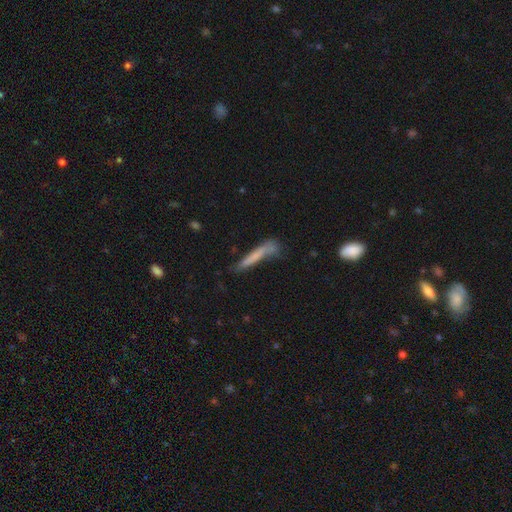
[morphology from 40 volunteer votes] smooth-or-featured: smooth: 82% | featured or disk: 12% | star or artifact: 5%
  how-rounded: cigar-shaped: 94% | round: 6% | in between: 0%
  merging: none: 47% | minor disturbance: 34% | merger: 11% | major disturbance: 8%